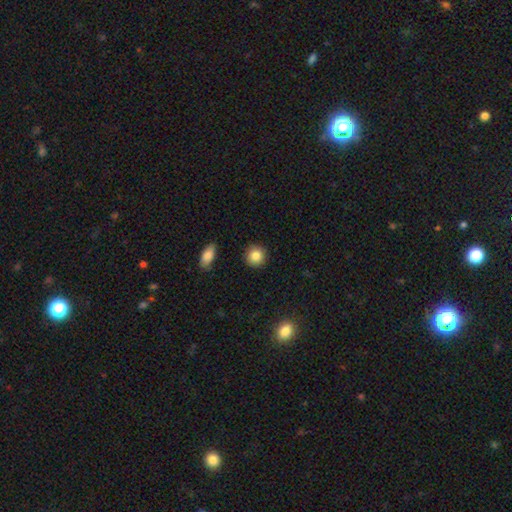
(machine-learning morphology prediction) Q: Smooth or featured?
A: smooth (85%); runner-up: star or artifact (9%)
Q: How rounded?
A: round (91%); runner-up: in between (8%)
Q: Merging?
A: none (90%); runner-up: minor disturbance (7%)